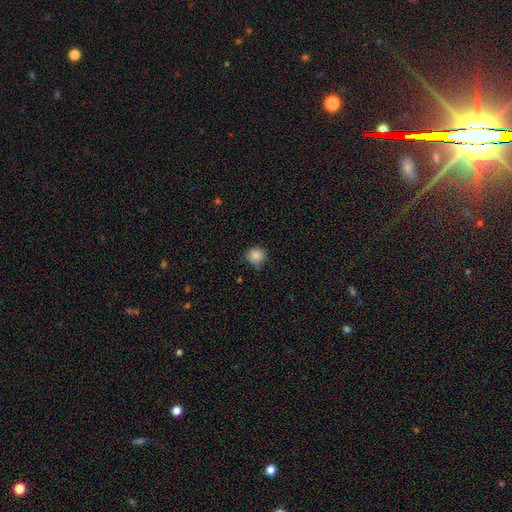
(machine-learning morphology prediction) Smooth or featured: smooth — 85% (star or artifact — 10%)
How rounded: round — 85% (in between — 14%)
Merging: none — 71% (minor disturbance — 23%)